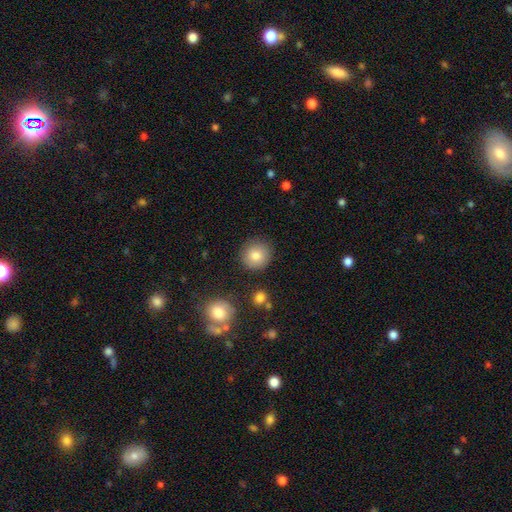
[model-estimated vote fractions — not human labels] A smooth galaxy with no disk features (82%) that is round (92%).

Vote fractions:
- Smooth or featured? smooth: 82% / star or artifact: 9% / featured or disk: 9%
- How rounded? round: 92% / in between: 7% / cigar-shaped: 1%
- Merging? none: 87% / minor disturbance: 8% / major disturbance: 3% / merger: 2%